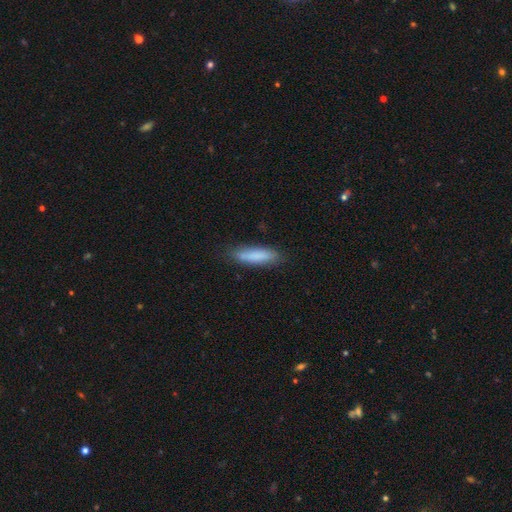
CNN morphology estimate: Smooth or featured? Predicted: smooth (p=0.83). How rounded? Predicted: cigar-shaped (p=0.78). Merging? Predicted: none (p=0.83).